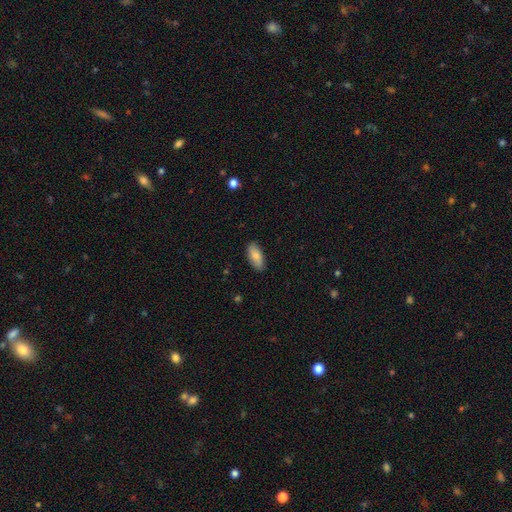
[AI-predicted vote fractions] smooth 83%, featured or disk 11%, star or artifact 6%. Down the decision tree: how rounded — in between (88%); merging — none (86%).